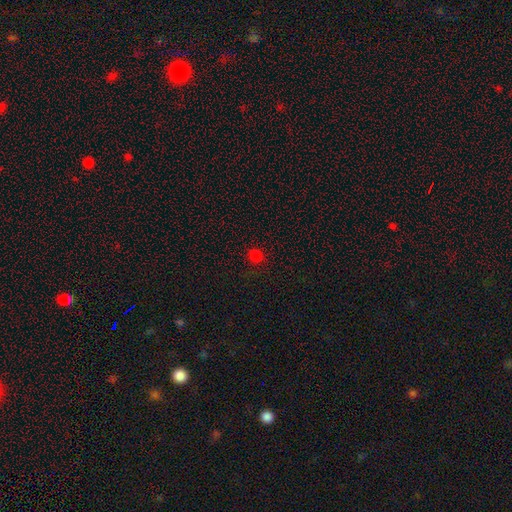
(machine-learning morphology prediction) smooth 77%, star or artifact 20%, featured or disk 3%. Down the decision tree: how rounded — round (87%); merging — none (88%).